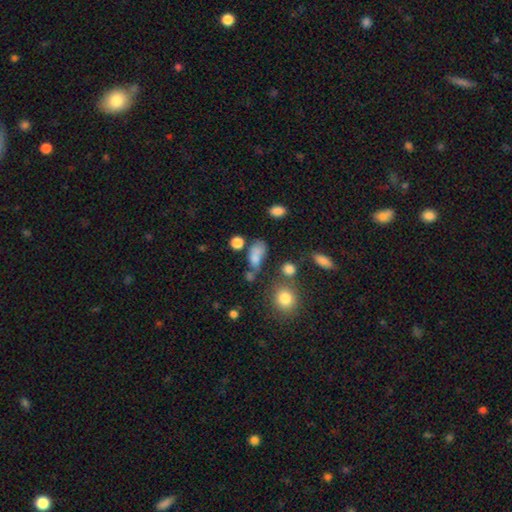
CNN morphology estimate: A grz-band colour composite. It shows a smooth galaxy with no disk features (74%) that is in between round and cigar-shaped (77%). Merging: none (39%).